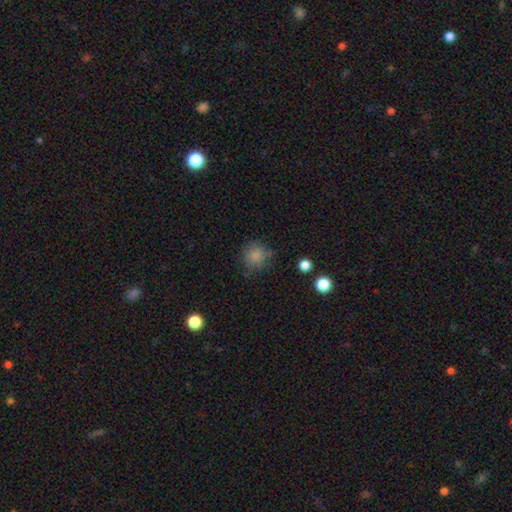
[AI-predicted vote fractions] Smooth or featured? smooth (83%)
How rounded? round (89%)
Merging? none (74%)